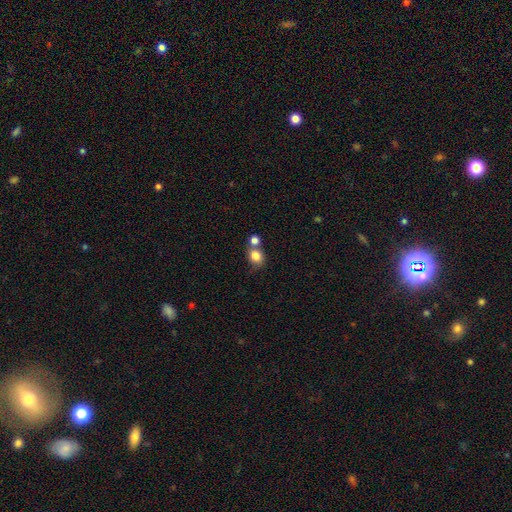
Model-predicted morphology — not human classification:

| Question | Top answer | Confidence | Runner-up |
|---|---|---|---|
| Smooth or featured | smooth | 82% | star or artifact (10%) |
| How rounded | round | 69% | in between (30%) |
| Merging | none | 43% | merger (40%) |